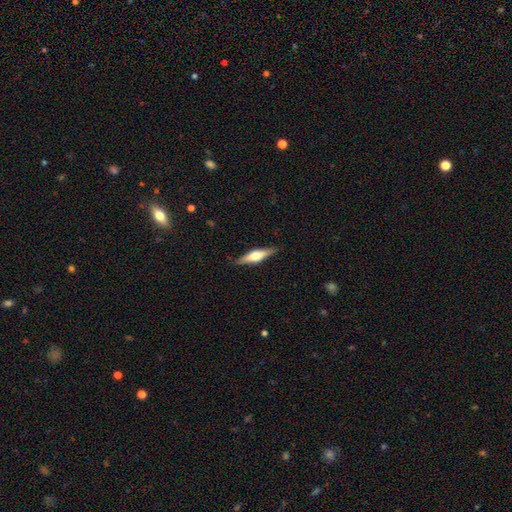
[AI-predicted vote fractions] A featured or disk galaxy (61%) viewed edge-on (96%) with a rounded central bulge (91%).

Vote fractions:
- Smooth or featured? featured or disk: 61% / smooth: 34% / star or artifact: 6%
- Edge-on disk? yes: 96% / no: 4%
- Edge-on bulge? rounded: 91% / boxy: 6% / none: 2%
- Merging? none: 88% / minor disturbance: 9% / major disturbance: 2% / merger: 1%